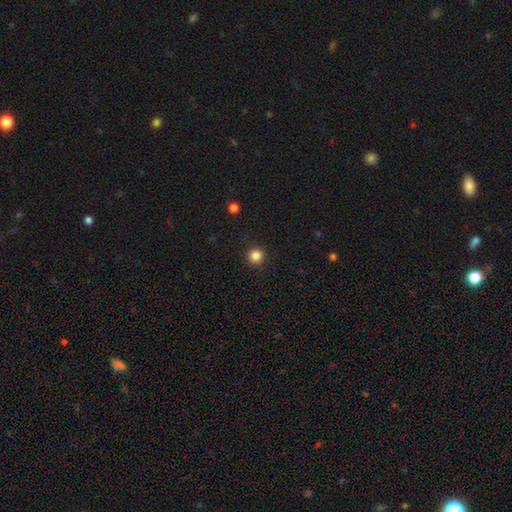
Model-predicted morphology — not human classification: Overall: smooth (84%). How rounded: round (95%). Merging: none (92%).